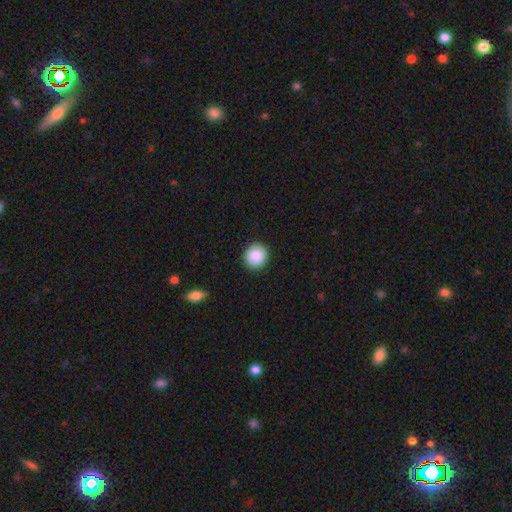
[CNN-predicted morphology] A smooth galaxy with no disk features (88%) that is round (90%).

Vote fractions:
- Smooth or featured? smooth: 88% / star or artifact: 8% / featured or disk: 4%
- How rounded? round: 90% / in between: 9% / cigar-shaped: 1%
- Merging? none: 91% / minor disturbance: 6% / major disturbance: 2% / merger: 1%